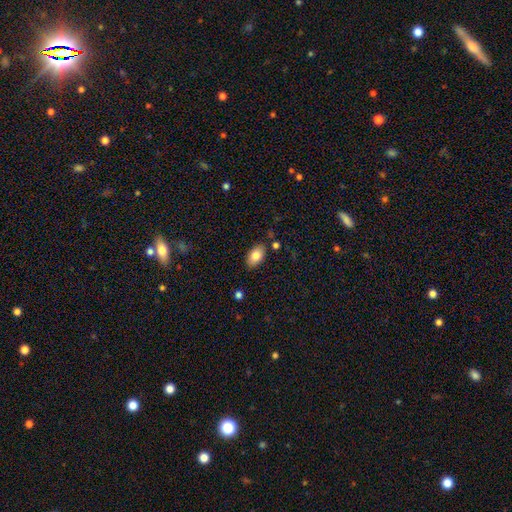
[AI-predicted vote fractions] Smooth or featured? Predicted: smooth (p=0.83). How rounded? Predicted: in between (p=0.92). Merging? Predicted: none (p=0.84).